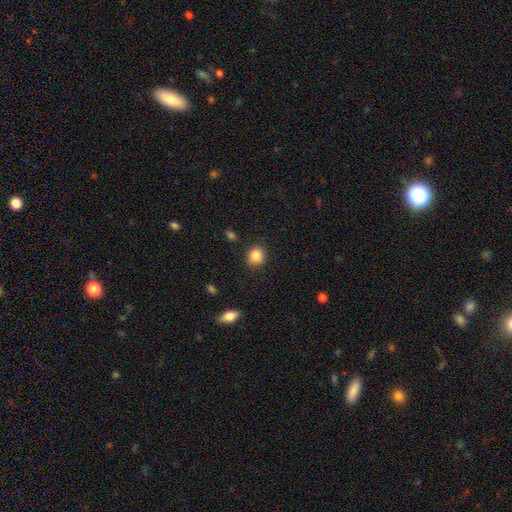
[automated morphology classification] Overall: smooth (86%). How rounded: round (83%). Merging: none (88%).